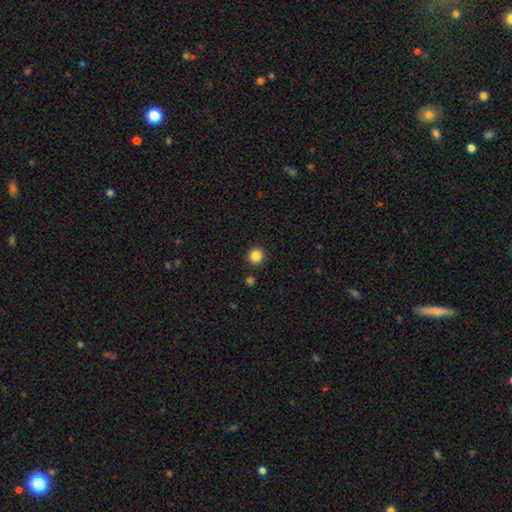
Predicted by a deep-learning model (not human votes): This is clearly a smooth galaxy (86%). How rounded: clearly round (93%). Merging: clearly none (89%).